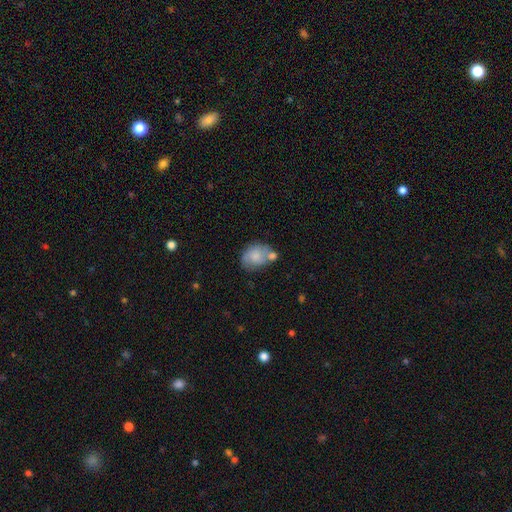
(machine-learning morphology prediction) Smooth or featured? Predicted: smooth (p=0.70). How rounded? Predicted: in between (p=0.58). Merging? Predicted: none (p=0.40).